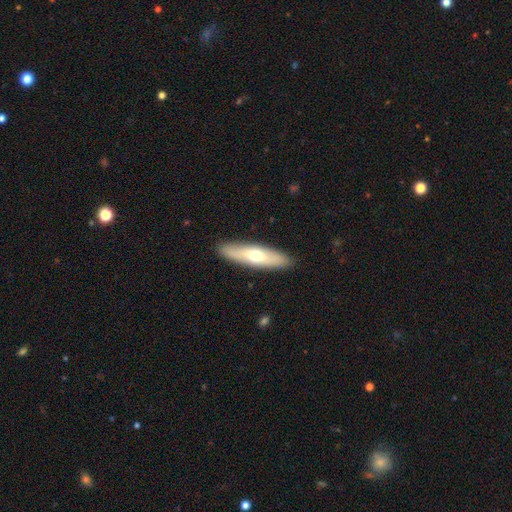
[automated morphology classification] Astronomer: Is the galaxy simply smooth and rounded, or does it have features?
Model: smooth — 55% (runner-up: featured or disk, 39%).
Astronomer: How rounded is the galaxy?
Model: cigar-shaped — 65%.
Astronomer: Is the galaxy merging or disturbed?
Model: none — 90%.